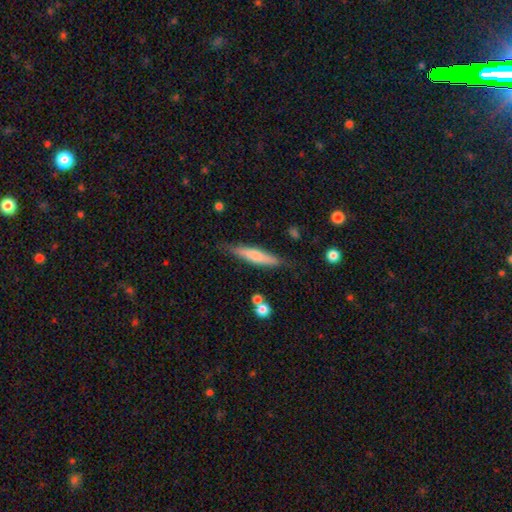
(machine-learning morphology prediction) A smooth galaxy with no disk features (58%) that is cigar-shaped (85%). Merging: none (77%).